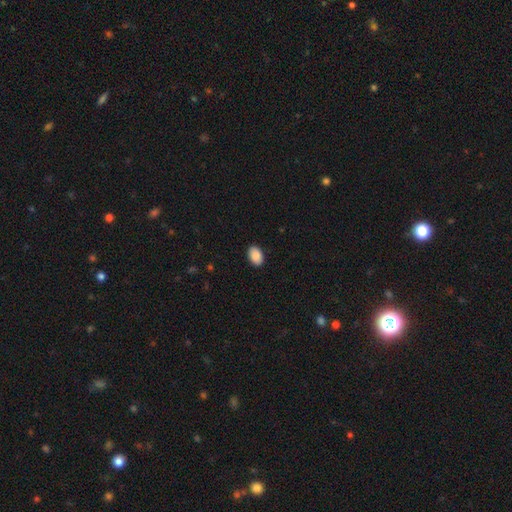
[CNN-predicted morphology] Q: Smooth or featured?
A: smooth (89%); runner-up: star or artifact (7%)
Q: How rounded?
A: in between (90%); runner-up: round (9%)
Q: Merging?
A: none (89%); runner-up: minor disturbance (8%)